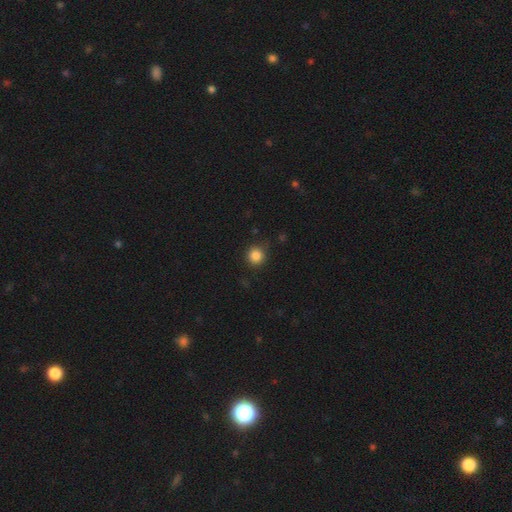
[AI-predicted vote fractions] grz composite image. It shows a smooth galaxy with no disk features (86%) that is round (92%). Merging: none (86%).